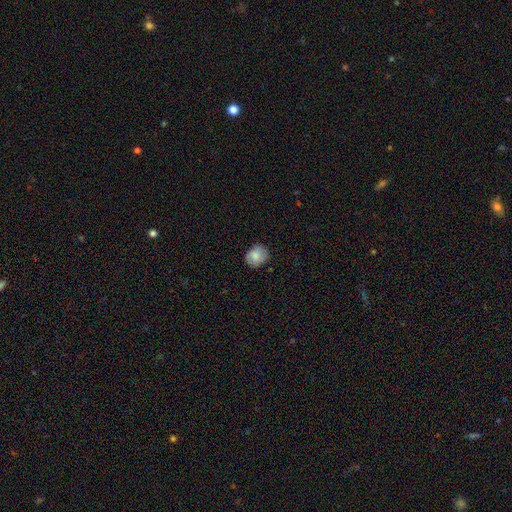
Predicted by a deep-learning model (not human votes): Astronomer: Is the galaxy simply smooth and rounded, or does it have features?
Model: smooth — 84%.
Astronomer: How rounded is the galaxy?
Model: round — 61% (runner-up: in between, 38%).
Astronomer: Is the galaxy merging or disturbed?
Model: none — 82%.